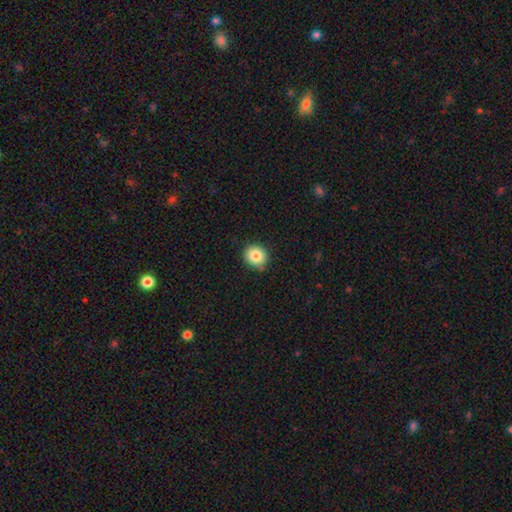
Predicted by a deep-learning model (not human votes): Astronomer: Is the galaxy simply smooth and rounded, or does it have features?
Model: smooth — 83%.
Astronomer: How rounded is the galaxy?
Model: round — 82%.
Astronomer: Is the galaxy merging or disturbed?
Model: none — 85%.